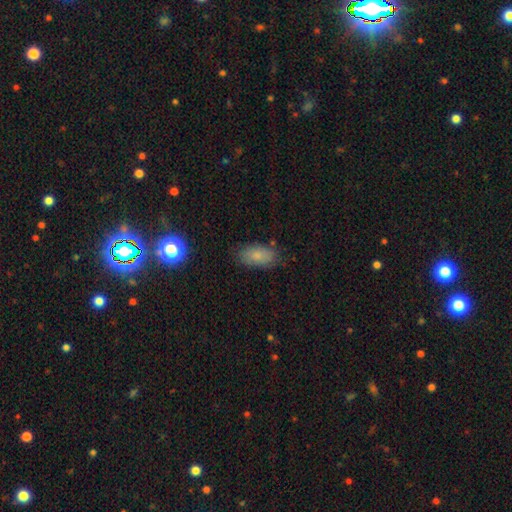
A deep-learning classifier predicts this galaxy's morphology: Overall: smooth (82%). How rounded: in between (92%). Merging: none (79%).